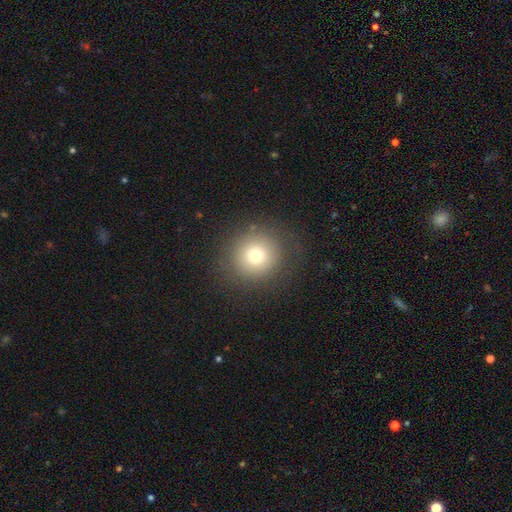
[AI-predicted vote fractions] smooth-or-featured: smooth: 73% | star or artifact: 14% | featured or disk: 13%
  how-rounded: round: 92% | in between: 7% | cigar-shaped: 1%
  merging: none: 84% | minor disturbance: 9% | major disturbance: 5% | merger: 1%